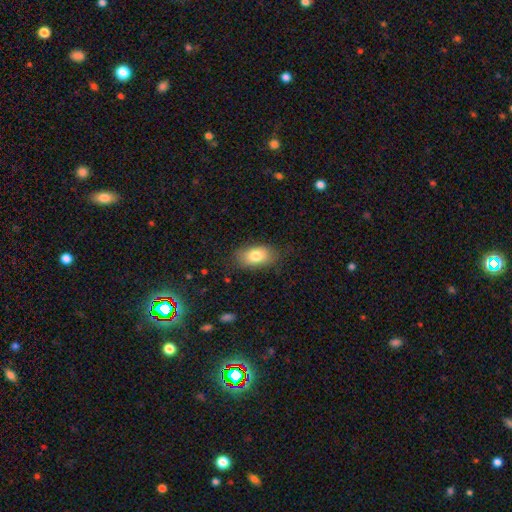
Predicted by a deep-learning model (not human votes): Q: Smooth or featured?
A: smooth (80%); runner-up: featured or disk (12%)
Q: How rounded?
A: in between (90%); runner-up: round (8%)
Q: Merging?
A: none (80%); runner-up: minor disturbance (15%)